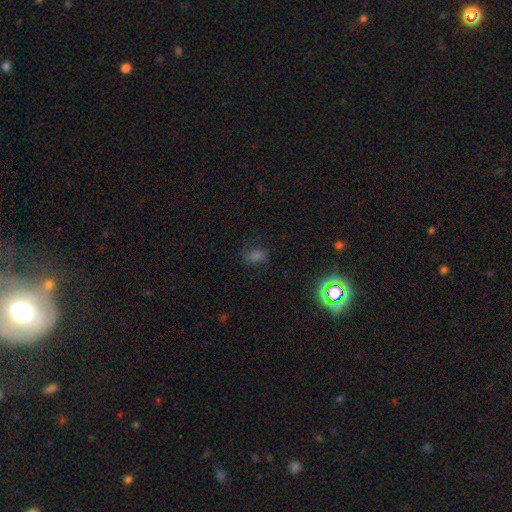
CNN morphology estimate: A smooth galaxy with no disk features (54%) that is in between round and cigar-shaped (66%). Merging: none (75%).